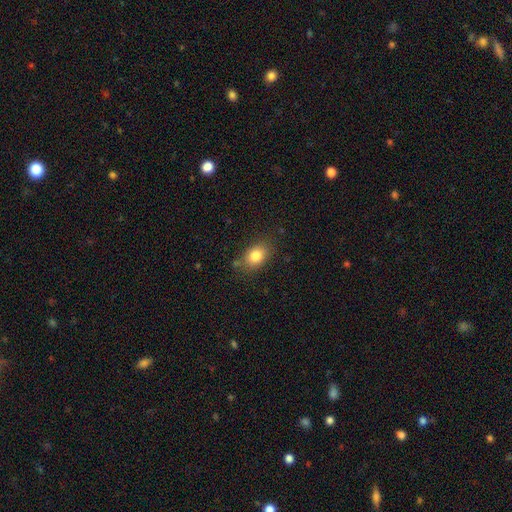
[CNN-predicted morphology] smooth-or-featured: smooth: 82% | star or artifact: 9% | featured or disk: 8%
  how-rounded: in between: 74% | round: 25% | cigar-shaped: 1%
  merging: none: 77% | minor disturbance: 16% | major disturbance: 4% | merger: 3%